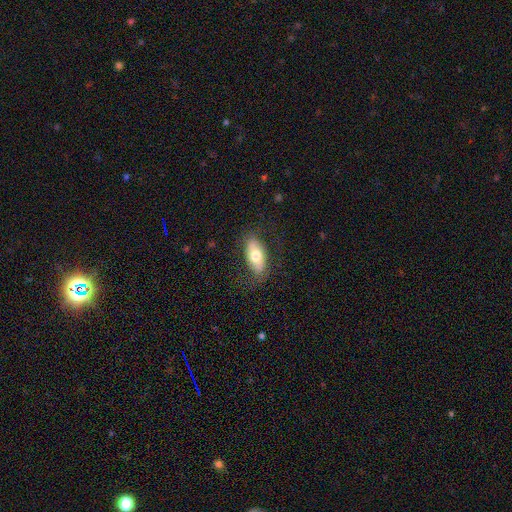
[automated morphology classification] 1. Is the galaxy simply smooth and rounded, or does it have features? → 65% smooth, 29% featured or disk, 6% star or artifact.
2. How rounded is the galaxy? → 86% in between, 11% cigar-shaped, 3% round.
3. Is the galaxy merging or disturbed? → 78% none, 15% minor disturbance, 6% major disturbance, 1% merger.